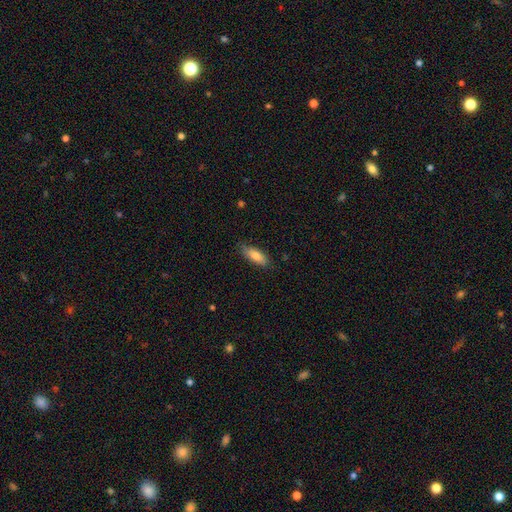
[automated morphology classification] This is clearly a smooth galaxy (80%). How rounded: likely in between (71%). Merging: likely none (80%).